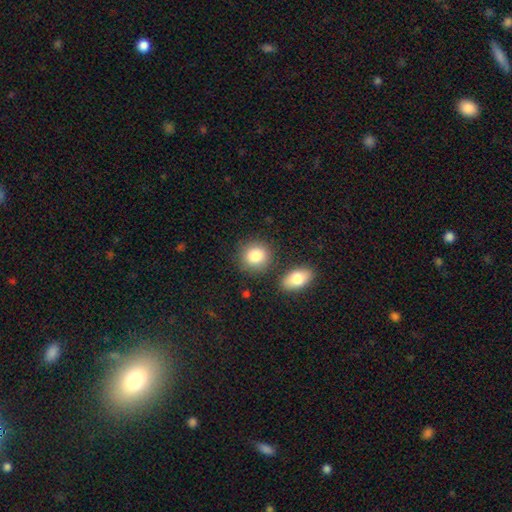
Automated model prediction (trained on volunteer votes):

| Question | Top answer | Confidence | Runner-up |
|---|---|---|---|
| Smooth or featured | smooth | 85% | featured or disk (8%) |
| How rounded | round | 79% | in between (20%) |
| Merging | none | 78% | minor disturbance (10%) |